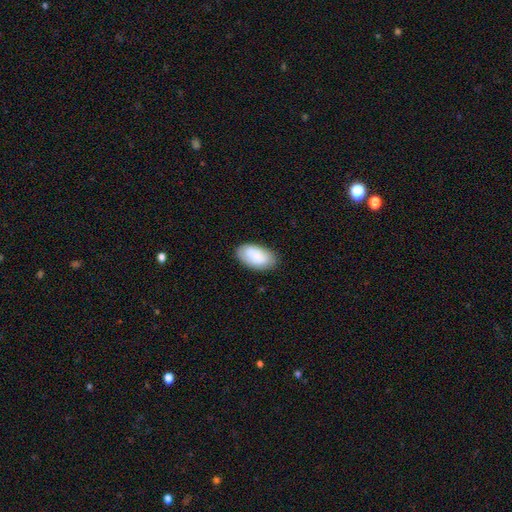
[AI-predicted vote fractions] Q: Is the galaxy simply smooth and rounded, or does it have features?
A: smooth — 82%.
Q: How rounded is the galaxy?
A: in between — 95%.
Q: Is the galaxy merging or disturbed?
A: none — 82%.